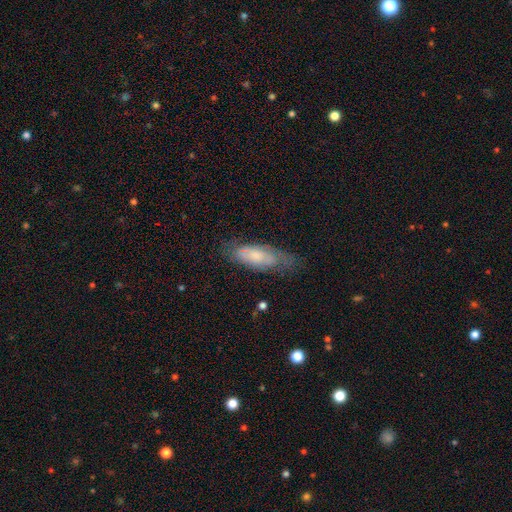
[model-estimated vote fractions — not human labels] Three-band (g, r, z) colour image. It shows a smooth galaxy with no disk features (51%) that is in between round and cigar-shaped (65%). Merging: none (58%).